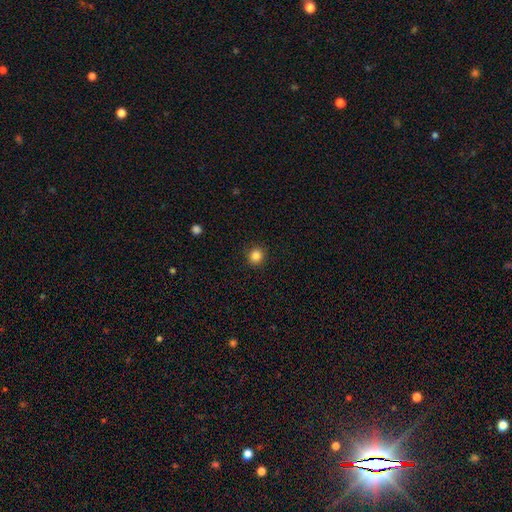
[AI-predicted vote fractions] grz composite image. It shows a smooth galaxy with no disk features (85%) that is round (91%). Merging: none (92%).